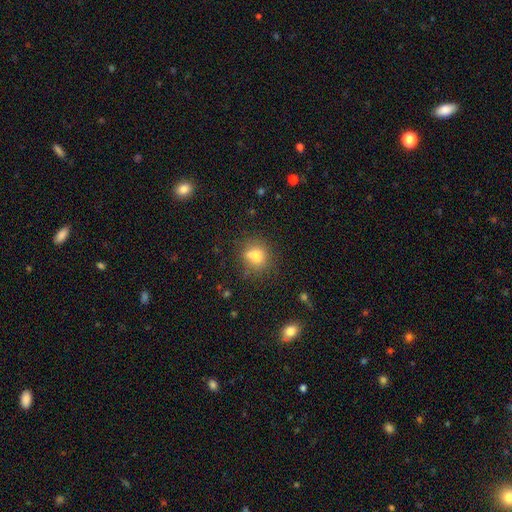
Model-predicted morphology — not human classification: type=smooth (74%); roundness=round (76%); merging=none (60%).